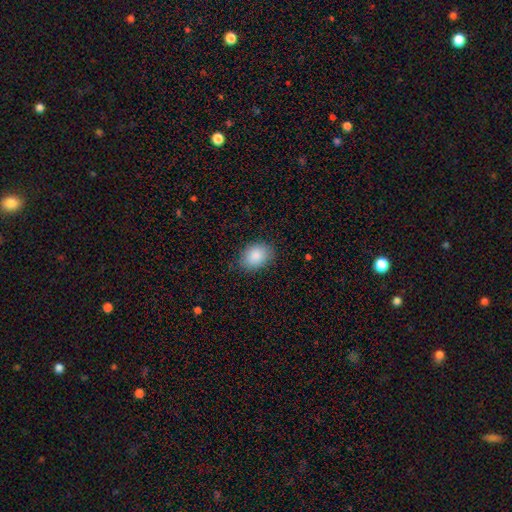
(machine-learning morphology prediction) Smooth or featured: smooth — 88% (star or artifact — 7%)
How rounded: in between — 70% (round — 29%)
Merging: none — 80% (minor disturbance — 15%)